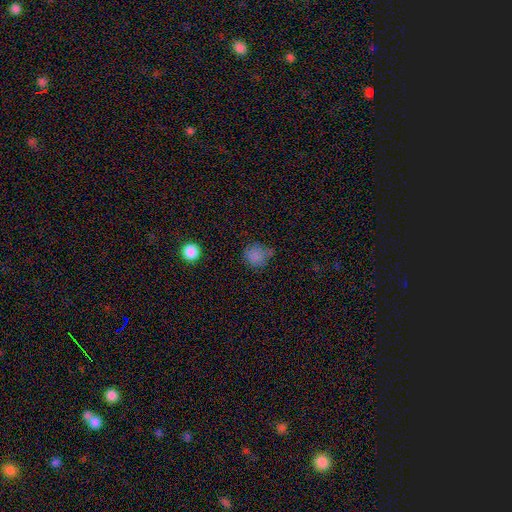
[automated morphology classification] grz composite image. It shows a smooth galaxy with no disk features (80%) that is round (87%). Merging: none (63%).